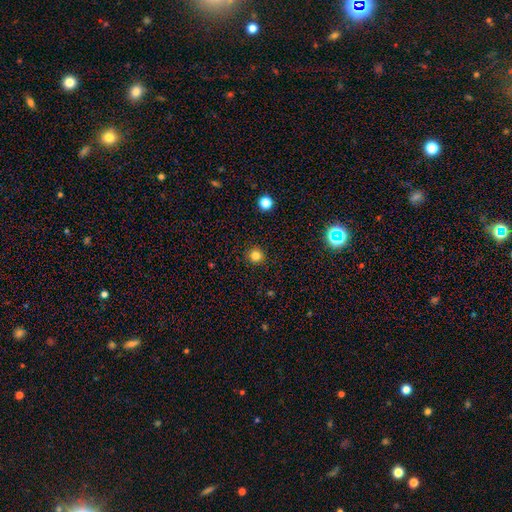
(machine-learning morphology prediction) smooth-or-featured: smooth: 81% | star or artifact: 14% | featured or disk: 5%
  how-rounded: round: 94% | in between: 5% | cigar-shaped: 1%
  merging: none: 92% | minor disturbance: 5% | major disturbance: 2% | merger: 1%